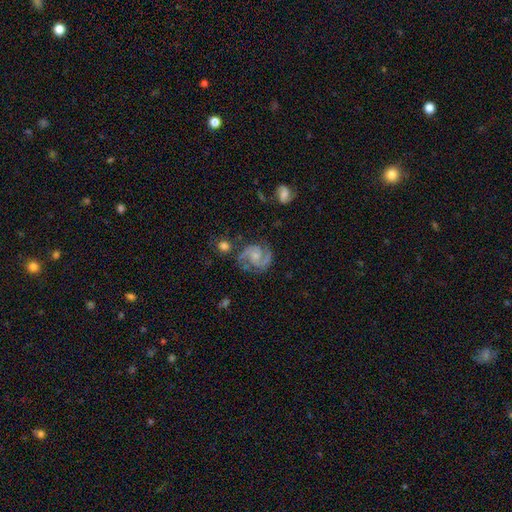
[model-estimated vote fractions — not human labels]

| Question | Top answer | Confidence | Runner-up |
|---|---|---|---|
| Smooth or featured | featured or disk | 89% | smooth (6%) |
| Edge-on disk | no | 98% | yes (2%) |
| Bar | no | 62% | weak (32%) |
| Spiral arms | yes | 98% | no (2%) |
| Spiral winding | medium | 56% | tight (32%) |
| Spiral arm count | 2 | 89% | 3 (4%) |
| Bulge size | small | 51% | moderate (35%) |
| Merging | none | 73% | minor disturbance (17%) |